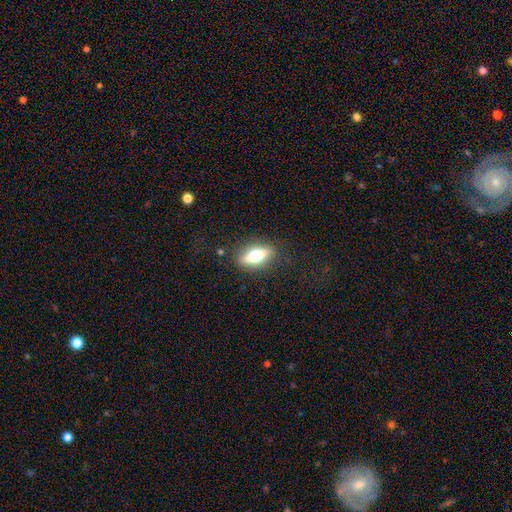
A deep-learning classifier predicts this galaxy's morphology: Smooth or featured: smooth — 49% (featured or disk — 43%)
Merging: none — 85% (minor disturbance — 10%)